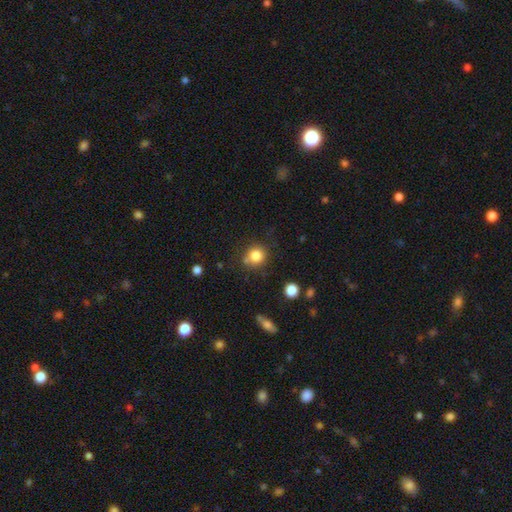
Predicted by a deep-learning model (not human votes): smooth-or-featured: smooth: 82% | star or artifact: 11% | featured or disk: 7%
  how-rounded: round: 87% | in between: 12% | cigar-shaped: 1%
  merging: none: 73% | minor disturbance: 14% | merger: 8% | major disturbance: 4%